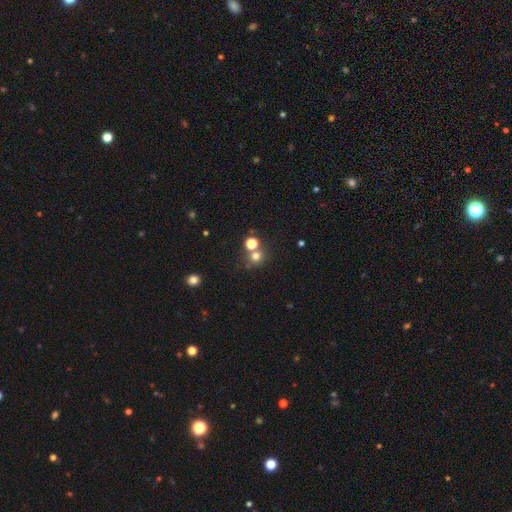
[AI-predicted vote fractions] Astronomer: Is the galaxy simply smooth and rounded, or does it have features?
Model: smooth — 71%.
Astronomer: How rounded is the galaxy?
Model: round — 86%.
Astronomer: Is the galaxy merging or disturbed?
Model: none — 63%.